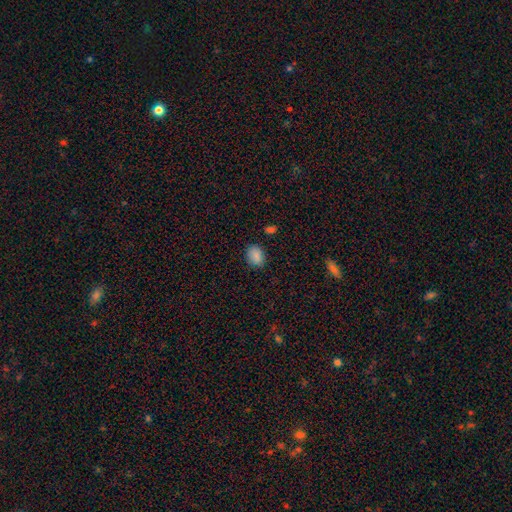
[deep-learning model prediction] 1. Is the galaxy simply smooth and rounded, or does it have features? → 88% smooth, 9% star or artifact, 4% featured or disk.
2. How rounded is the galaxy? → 74% in between, 25% round, 1% cigar-shaped.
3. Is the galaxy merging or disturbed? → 84% none, 11% minor disturbance, 3% major disturbance, 2% merger.